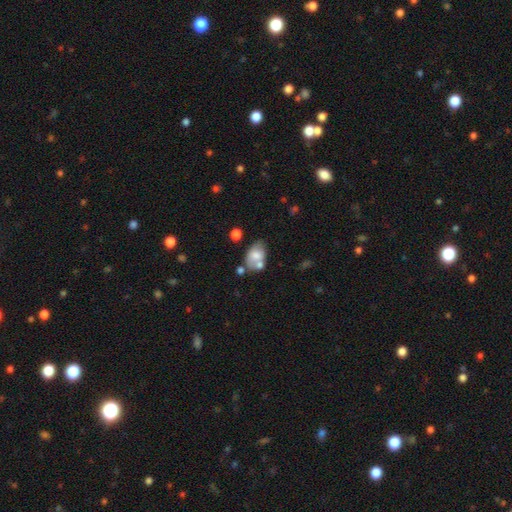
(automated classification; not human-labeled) smooth_or_featured: smooth (p=0.68) [alt: featured or disk p=0.24]
how_rounded: in between (p=0.85) [alt: round p=0.14]
merging: none (p=0.41) [alt: merger p=0.30]